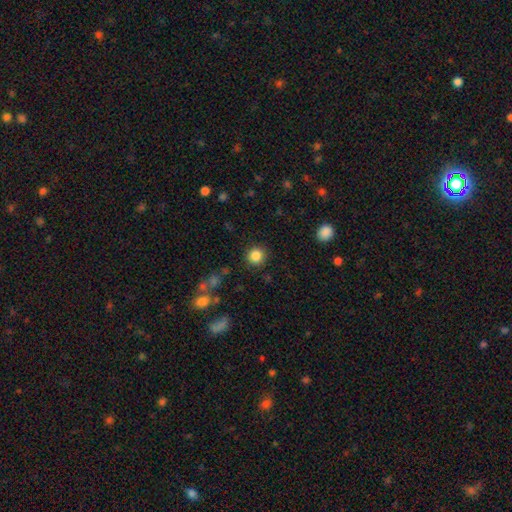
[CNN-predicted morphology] smooth_or_featured: smooth (p=0.85) [alt: star or artifact p=0.11]
how_rounded: round (p=0.92) [alt: in between p=0.07]
merging: none (p=0.89) [alt: minor disturbance p=0.07]